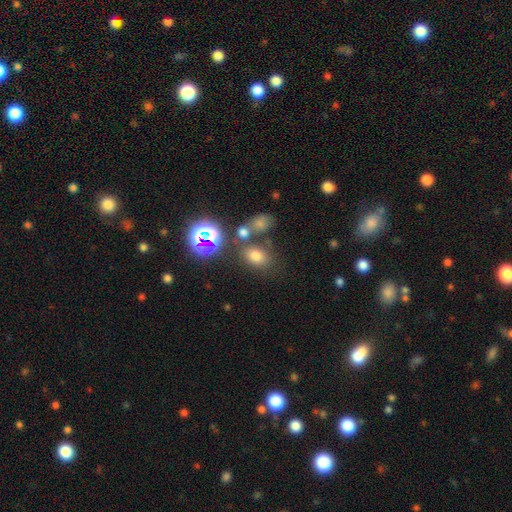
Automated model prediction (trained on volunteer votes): Smooth or featured? Predicted: smooth (p=0.68). How rounded? Predicted: in between (p=0.68). Merging? Predicted: none (p=0.63).